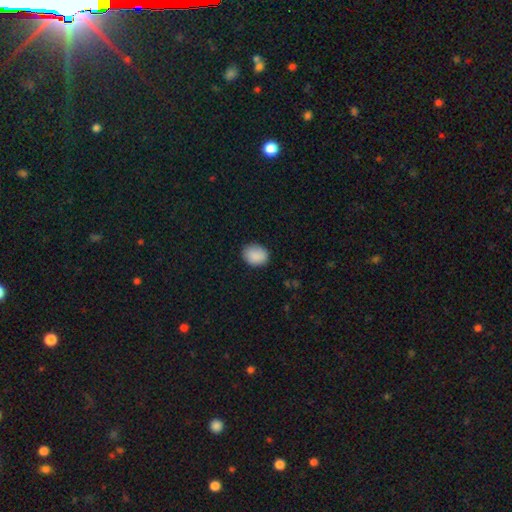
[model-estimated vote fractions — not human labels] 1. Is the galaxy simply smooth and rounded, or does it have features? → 89% smooth, 8% star or artifact, 3% featured or disk.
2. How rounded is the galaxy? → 50% round, 49% in between, 1% cigar-shaped.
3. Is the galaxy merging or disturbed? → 85% none, 12% minor disturbance, 2% major disturbance, 1% merger.